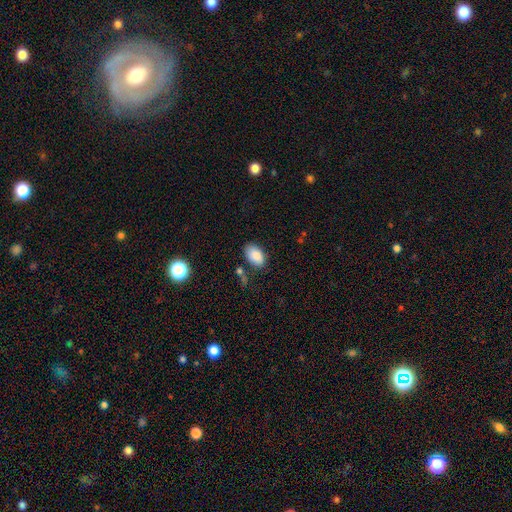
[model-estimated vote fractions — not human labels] This is clearly a smooth galaxy (86%). How rounded: clearly in between (93%). Merging: likely none (74%).